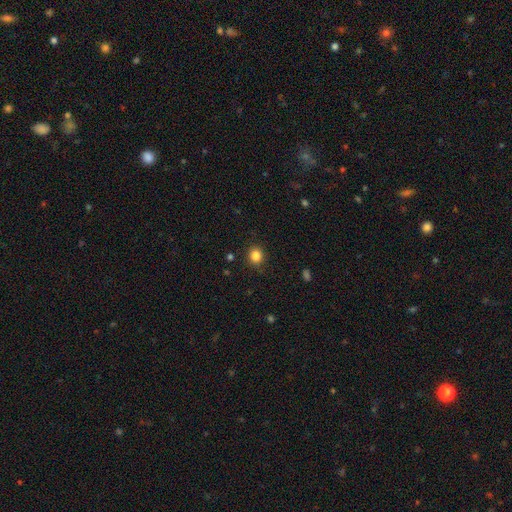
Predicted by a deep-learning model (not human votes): This appears to be a smooth galaxy with no disk features (85%) that is round (79%). Merging: none (88%).